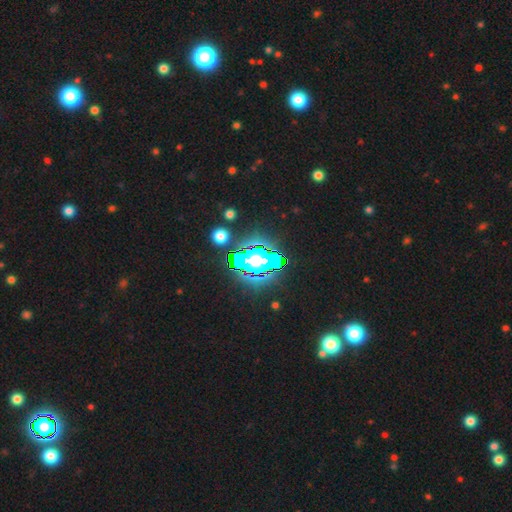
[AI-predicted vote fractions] Q: Smooth or featured?
A: star or artifact (69%); runner-up: smooth (16%)